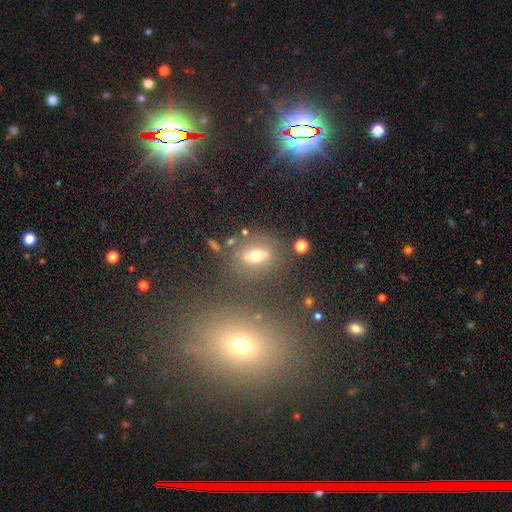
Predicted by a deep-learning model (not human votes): Smooth or featured: smooth — 51% (featured or disk — 32%)
How rounded: in between — 58% (round — 30%)
Merging: none — 75% (minor disturbance — 12%)